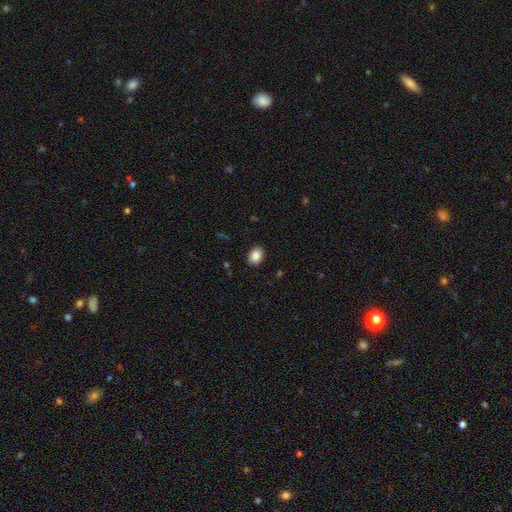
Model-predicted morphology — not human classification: Smooth or featured? Predicted: smooth (p=0.86). How rounded? Predicted: in between (p=0.63). Merging? Predicted: none (p=0.90).